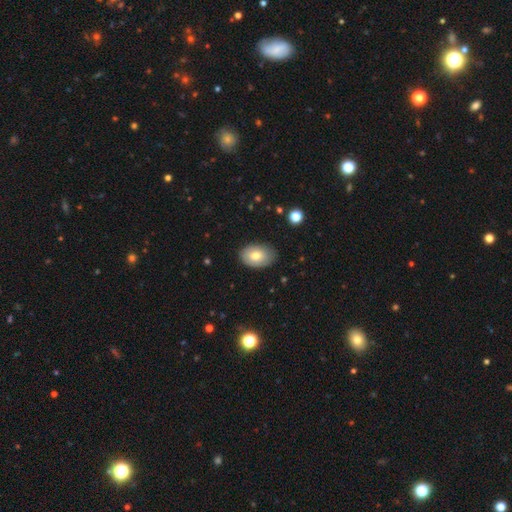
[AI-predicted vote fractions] Q: Smooth or featured?
A: smooth (74%); runner-up: featured or disk (18%)
Q: How rounded?
A: in between (85%); runner-up: round (14%)
Q: Merging?
A: none (81%); runner-up: minor disturbance (15%)